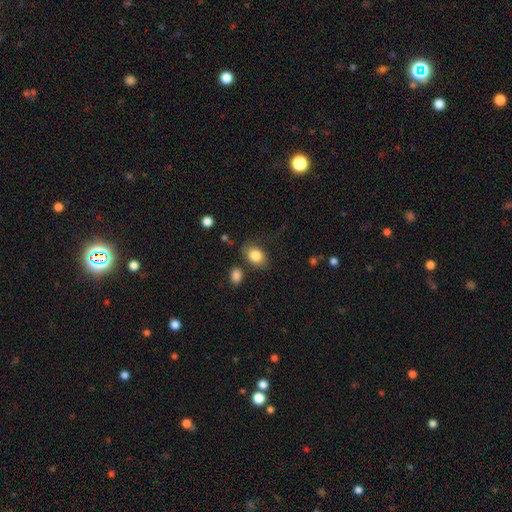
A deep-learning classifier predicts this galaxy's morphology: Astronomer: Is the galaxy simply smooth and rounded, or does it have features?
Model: smooth — 84%.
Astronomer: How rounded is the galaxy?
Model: in between — 75%.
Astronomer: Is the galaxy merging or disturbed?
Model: none — 71%.